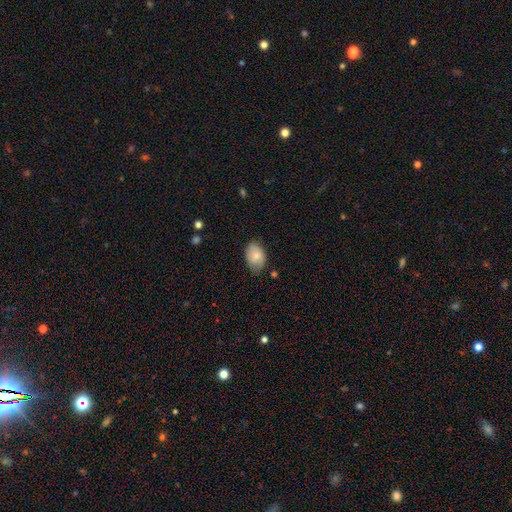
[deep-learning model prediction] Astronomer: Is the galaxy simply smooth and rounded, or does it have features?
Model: smooth — 78%.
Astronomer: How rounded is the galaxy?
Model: in between — 84%.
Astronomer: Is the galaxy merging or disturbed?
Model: none — 67%.